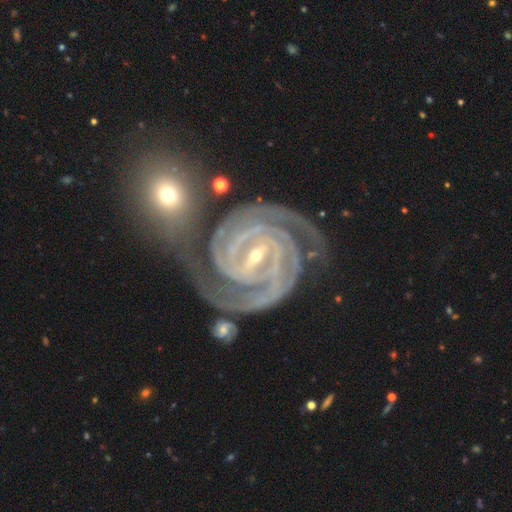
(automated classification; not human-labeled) This is clearly a featured or disk galaxy (94%). It is clearly not viewed edge-on (97%). Bar: possibly strong (59%). Spiral arm pattern: clearly yes (99%). Spiral arm count: marginally 2 (39%). Spiral winding: clearly tight (83%). Central bulge: likely small (73%). Merging: likely none (67%).